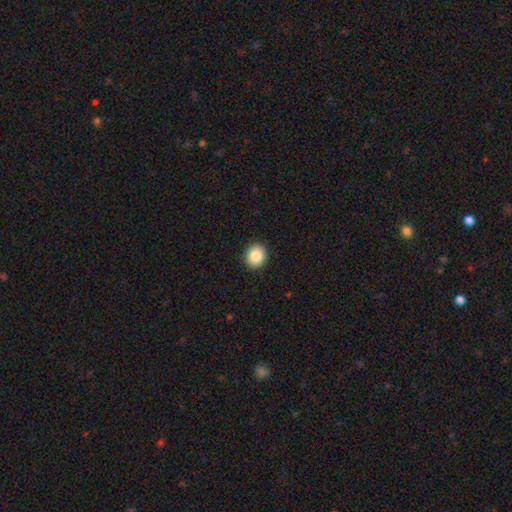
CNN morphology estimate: Smooth or featured: smooth — 86% (star or artifact — 9%)
How rounded: round — 79% (in between — 20%)
Merging: none — 92% (minor disturbance — 5%)